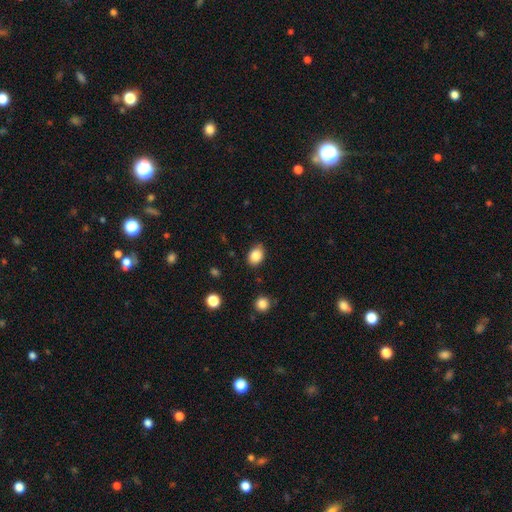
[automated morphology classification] Smooth or featured?
  - smooth: 86% *
  - star or artifact: 9%
  - featured or disk: 5%
How rounded?
  - in between: 65% *
  - round: 34%
  - cigar-shaped: 1%
Merging?
  - none: 79% *
  - minor disturbance: 16%
  - major disturbance: 3%
  - merger: 2%